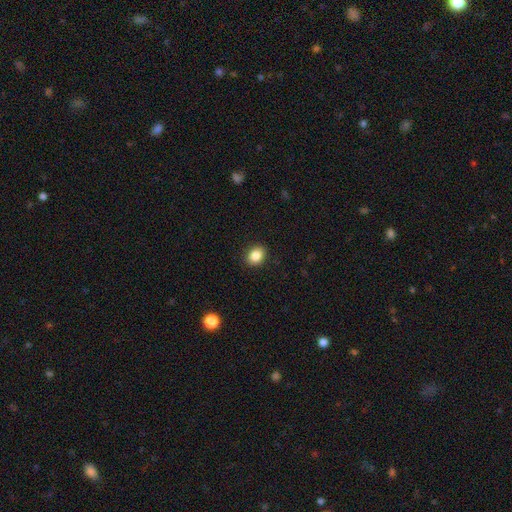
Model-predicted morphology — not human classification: Smooth or featured: smooth — 86% (star or artifact — 9%)
How rounded: round — 50% (in between — 49%)
Merging: none — 90% (minor disturbance — 7%)